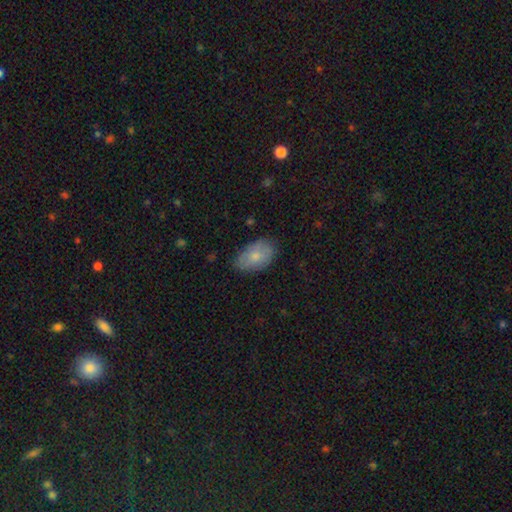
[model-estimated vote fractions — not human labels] A smooth galaxy with no disk features (75%) that is in between round and cigar-shaped (91%). Merging: none (75%).